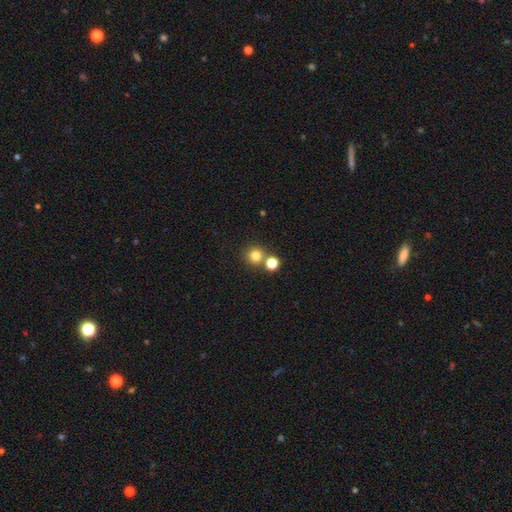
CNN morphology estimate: smooth-or-featured: smooth: 79% | star or artifact: 14% | featured or disk: 7%
  how-rounded: round: 93% | in between: 6% | cigar-shaped: 1%
  merging: none: 68% | merger: 22% | minor disturbance: 7% | major disturbance: 3%